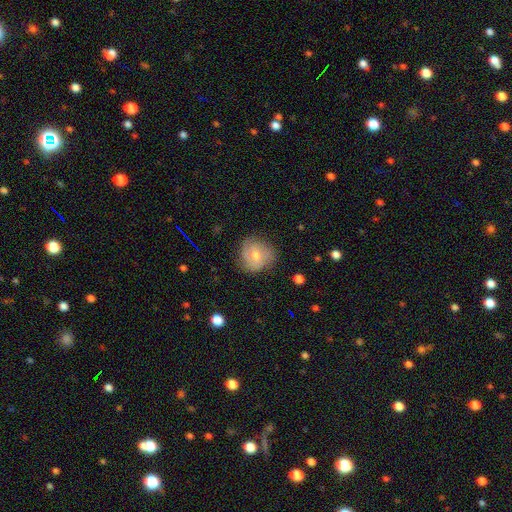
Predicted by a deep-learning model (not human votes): Smooth or featured: featured or disk — 47% (smooth — 46%)
Merging: none — 70% (minor disturbance — 22%)